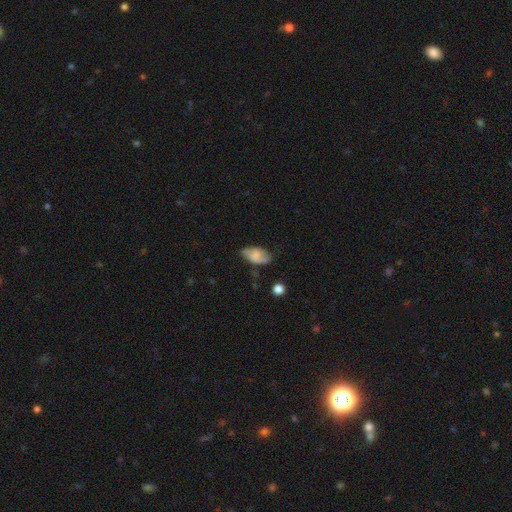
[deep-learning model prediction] Smooth or featured: smooth — 60% (featured or disk — 31%)
How rounded: in between — 91% (round — 5%)
Merging: none — 59% (minor disturbance — 29%)